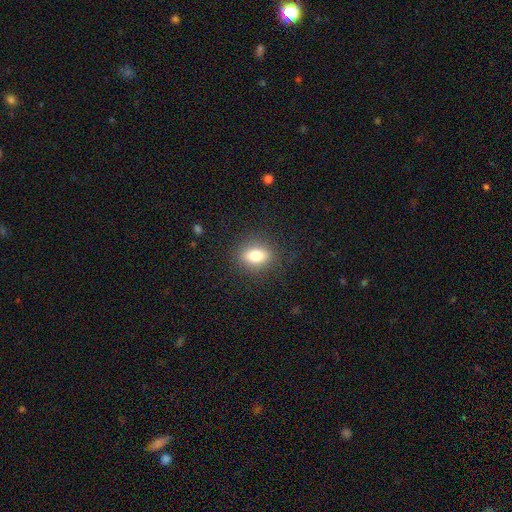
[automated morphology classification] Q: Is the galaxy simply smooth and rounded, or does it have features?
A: smooth — 79%.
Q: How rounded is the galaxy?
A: in between — 71%.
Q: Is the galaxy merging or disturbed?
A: none — 86%.